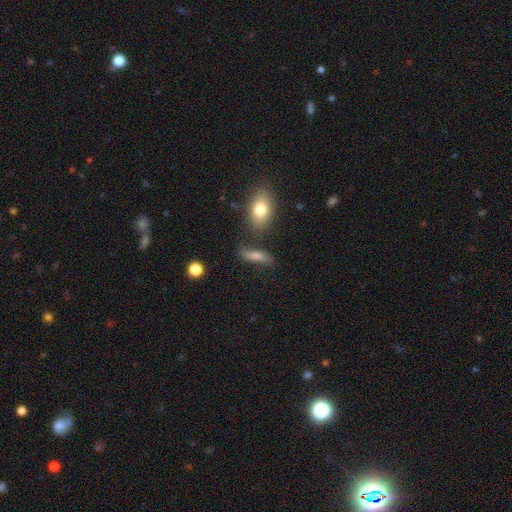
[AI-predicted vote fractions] smooth 64%, featured or disk 23%, star or artifact 13%. Down the decision tree: how rounded — cigar-shaped (50%); merging — none (64%).